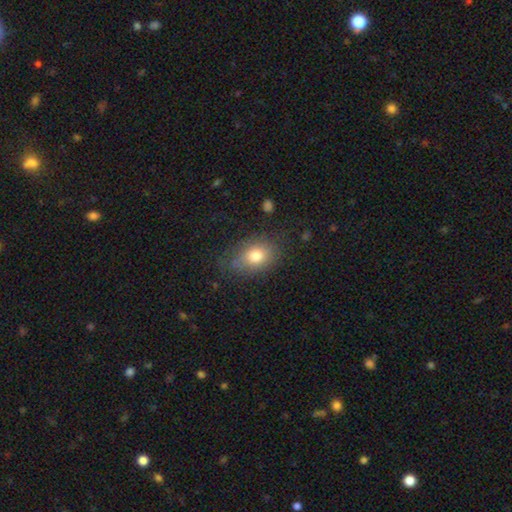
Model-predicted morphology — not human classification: Smooth or featured? Predicted: smooth (p=0.76). How rounded? Predicted: in between (p=0.69). Merging? Predicted: none (p=0.70).